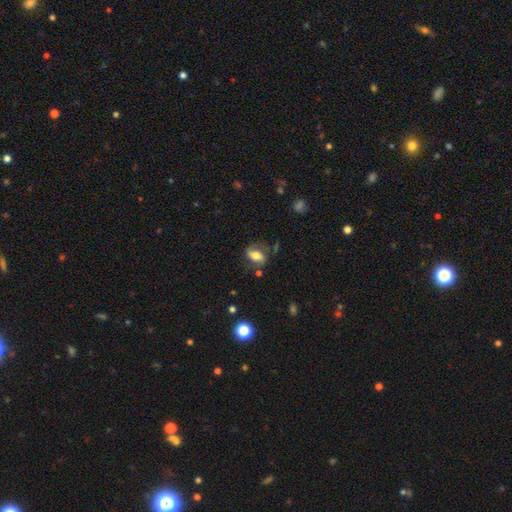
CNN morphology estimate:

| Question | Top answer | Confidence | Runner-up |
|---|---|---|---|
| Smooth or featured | smooth | 58% | featured or disk (33%) |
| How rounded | in between | 83% | round (11%) |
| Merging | none | 61% | minor disturbance (22%) |